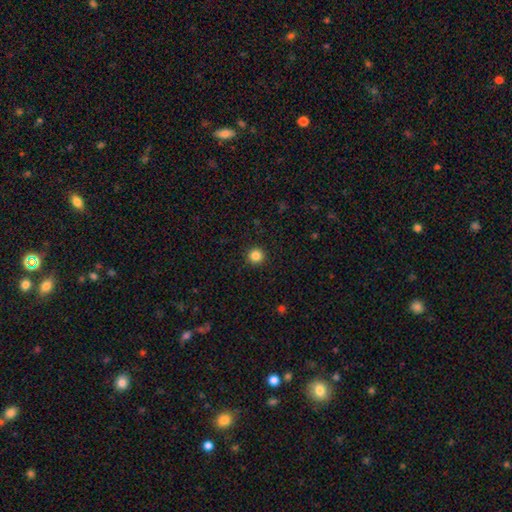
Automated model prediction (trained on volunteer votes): Overall: smooth (85%). How rounded: round (96%). Merging: none (93%).